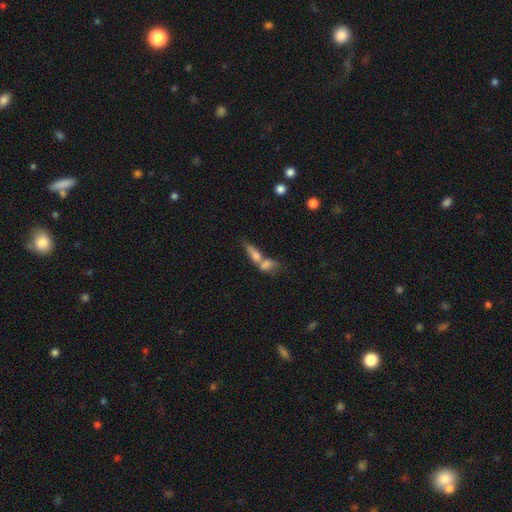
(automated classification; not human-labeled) Q: Smooth or featured?
A: smooth (63%); runner-up: featured or disk (26%)
Q: How rounded?
A: in between (60%); runner-up: cigar-shaped (30%)
Q: Merging?
A: merger (69%); runner-up: none (17%)